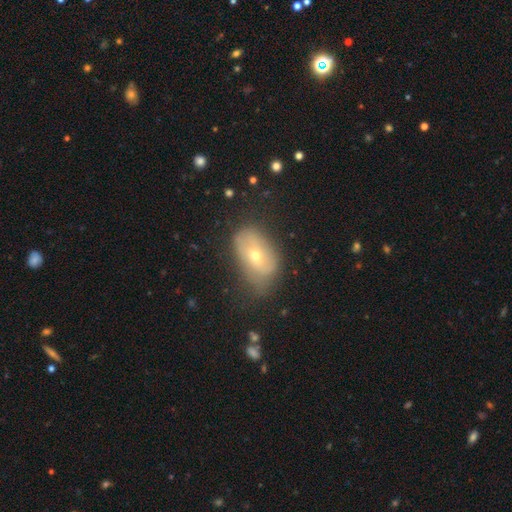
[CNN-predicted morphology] A smooth galaxy with no disk features (46%). Merging: none (58%).